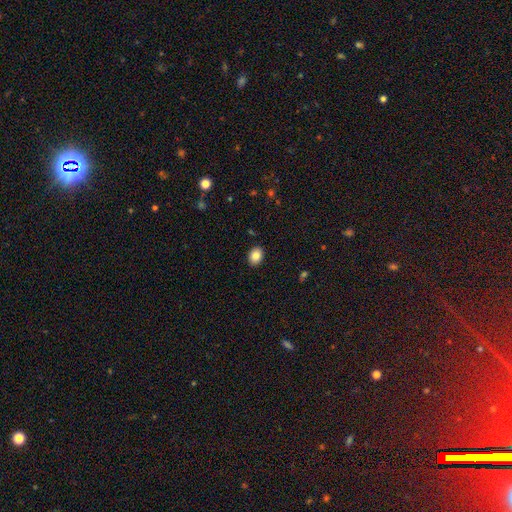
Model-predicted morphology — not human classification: type=smooth (85%); roundness=in between (70%); merging=none (90%).